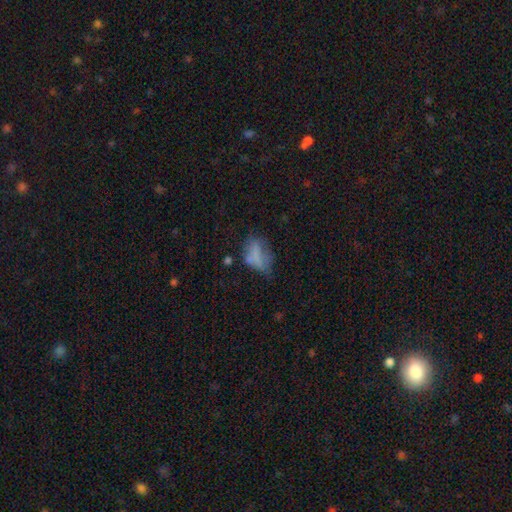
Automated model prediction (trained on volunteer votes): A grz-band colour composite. It shows a smooth galaxy with no disk features (61%) that is in between round and cigar-shaped (82%). Merging: none (35%).